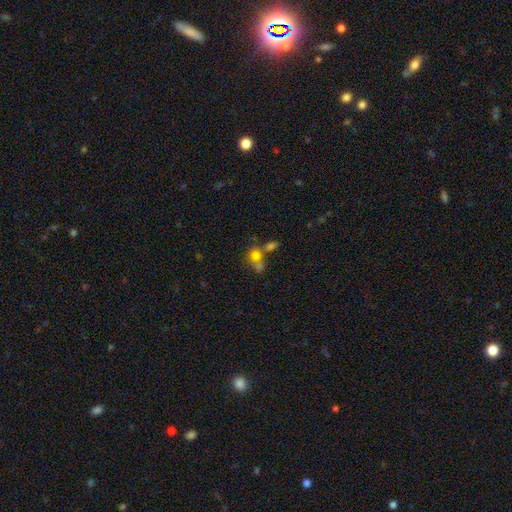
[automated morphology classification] A smooth galaxy with no disk features (70%) that is round (60%). Merging: merger (47%).